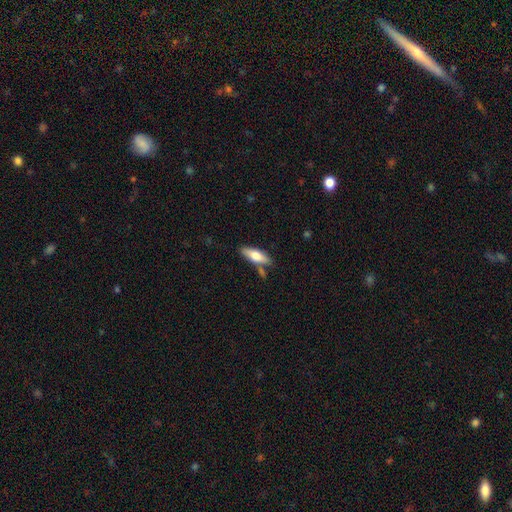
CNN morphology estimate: Smooth or featured?
  - smooth: 67% *
  - featured or disk: 28%
  - star or artifact: 6%
How rounded?
  - in between: 57% *
  - cigar-shaped: 41%
  - round: 2%
Merging?
  - none: 70% *
  - minor disturbance: 16%
  - merger: 10%
  - major disturbance: 4%